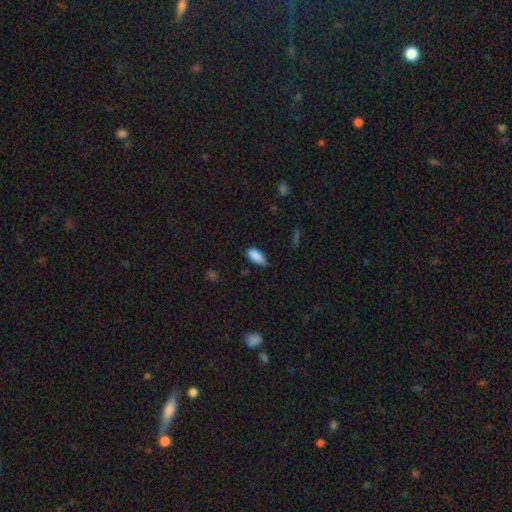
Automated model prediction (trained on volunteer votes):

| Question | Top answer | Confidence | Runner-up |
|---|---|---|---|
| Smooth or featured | smooth | 87% | star or artifact (8%) |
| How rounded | in between | 87% | cigar-shaped (11%) |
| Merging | none | 58% | minor disturbance (34%) |